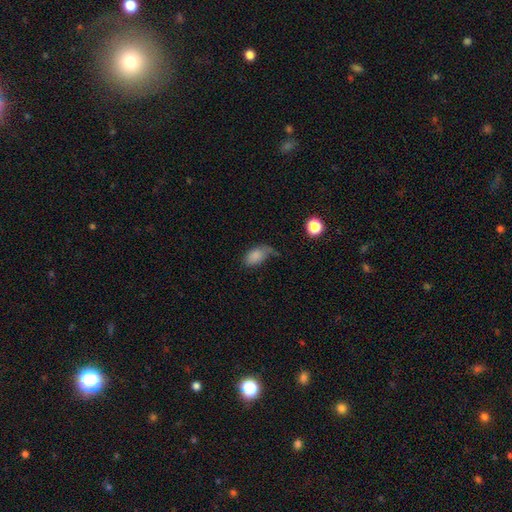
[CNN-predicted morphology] smooth 81%, featured or disk 10%, star or artifact 9%. Down the decision tree: how rounded — in between (92%); merging — none (38%).